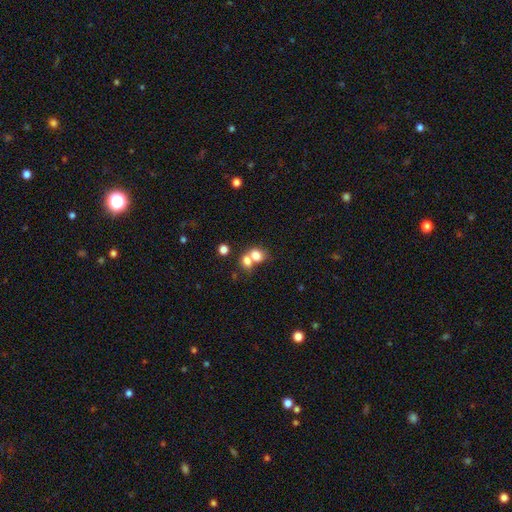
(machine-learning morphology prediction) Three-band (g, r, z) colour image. It shows a smooth galaxy with no disk features (76%) that is in between round and cigar-shaped (55%). Merging: merger (61%).